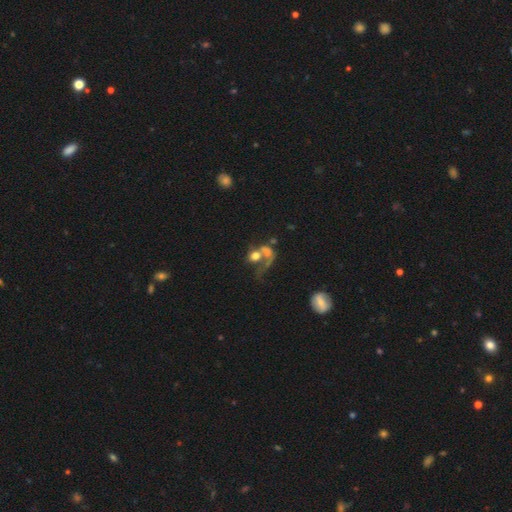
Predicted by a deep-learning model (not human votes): Morphology: type=smooth (48%); merging=merger (49%).